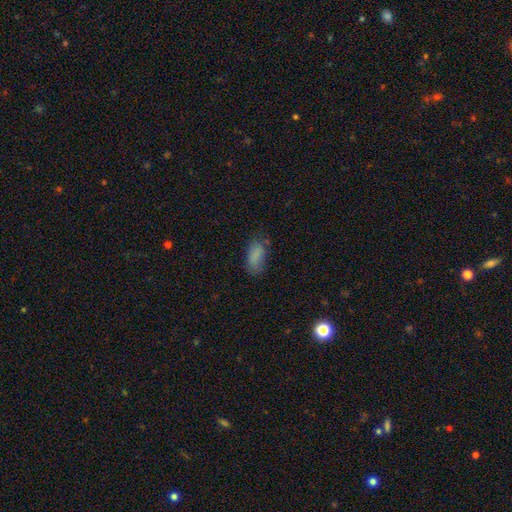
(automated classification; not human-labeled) Smooth or featured? smooth (84%)
How rounded? in between (91%)
Merging? none (66%)